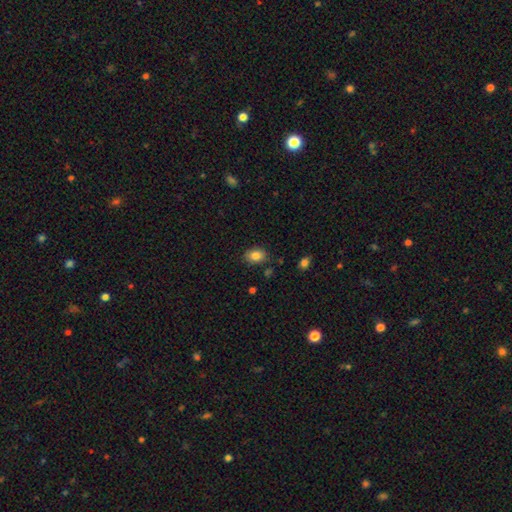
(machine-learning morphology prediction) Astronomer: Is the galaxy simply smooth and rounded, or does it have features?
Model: smooth — 84%.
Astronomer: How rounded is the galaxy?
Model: in between — 77%.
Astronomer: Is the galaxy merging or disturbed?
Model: none — 83%.